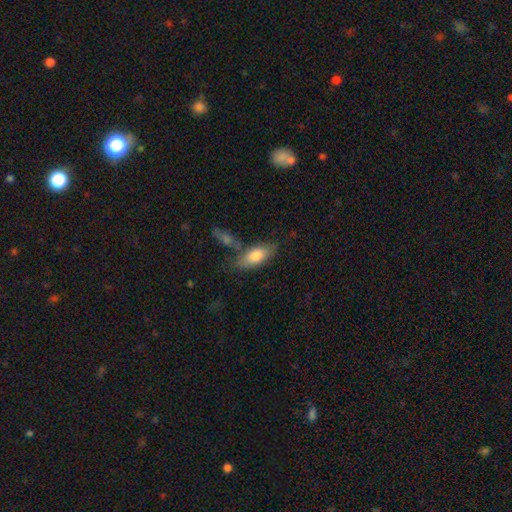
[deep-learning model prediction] Smooth or featured?
  - smooth: 76% *
  - featured or disk: 18%
  - star or artifact: 6%
How rounded?
  - in between: 81% *
  - cigar-shaped: 16%
  - round: 3%
Merging?
  - none: 63% *
  - minor disturbance: 17%
  - merger: 15%
  - major disturbance: 5%